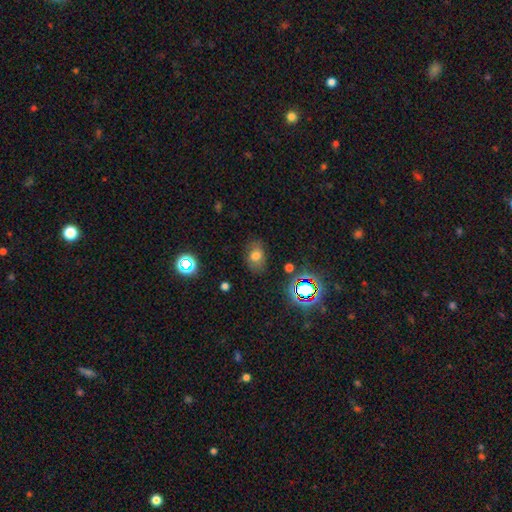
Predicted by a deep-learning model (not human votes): smooth_or_featured: smooth (p=0.68) [alt: star or artifact p=0.18]
how_rounded: in between (p=0.71) [alt: round p=0.28]
merging: none (p=0.74) [alt: minor disturbance p=0.18]